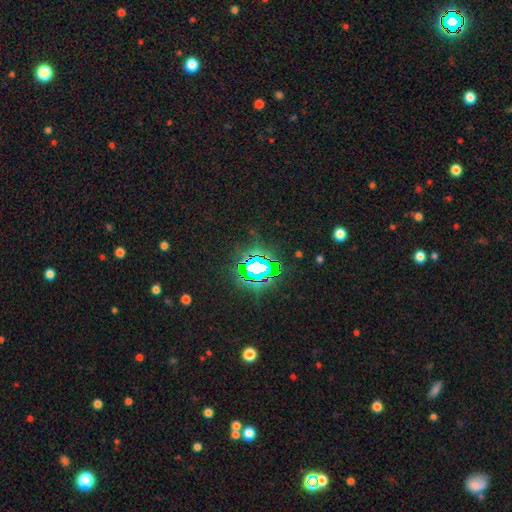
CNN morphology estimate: Smooth or featured?
  - star or artifact: 80% *
  - smooth: 12%
  - featured or disk: 8%